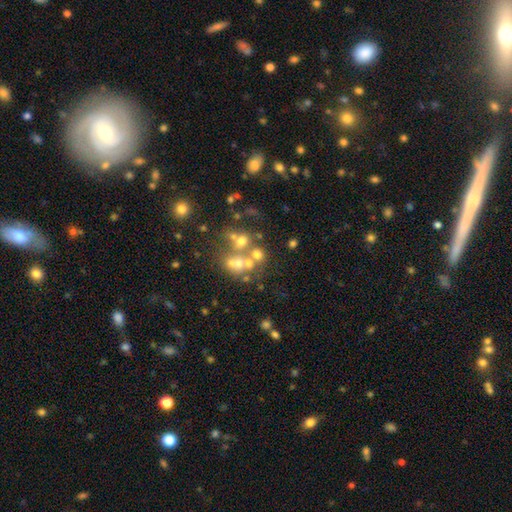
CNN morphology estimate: Smooth or featured? smooth (44%)
Merging? merger (44%)